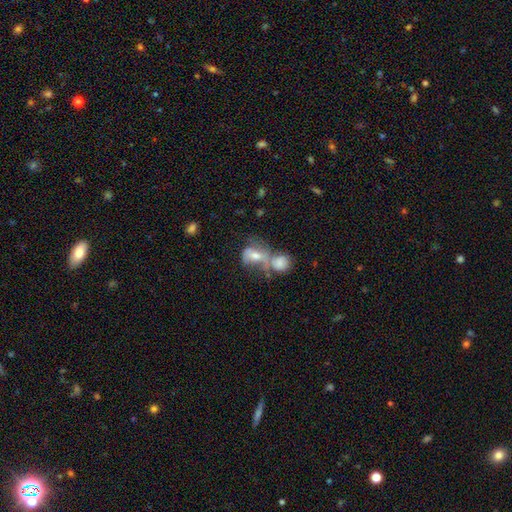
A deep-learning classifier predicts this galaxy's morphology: smooth_or_featured: featured or disk (p=0.53) [alt: smooth p=0.33]
disk_edge_on: no (p=0.94) [alt: yes p=0.06]
merging: merger (p=0.53) [alt: none p=0.26]